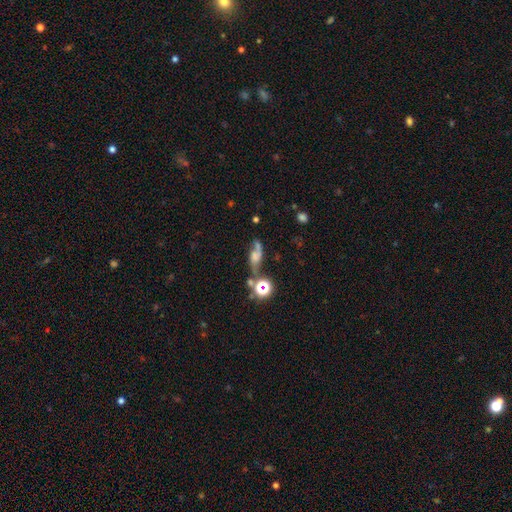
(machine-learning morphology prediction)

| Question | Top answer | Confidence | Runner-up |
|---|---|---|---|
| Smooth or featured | featured or disk | 43% | smooth (35%) |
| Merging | none | 38% | merger (25%) |